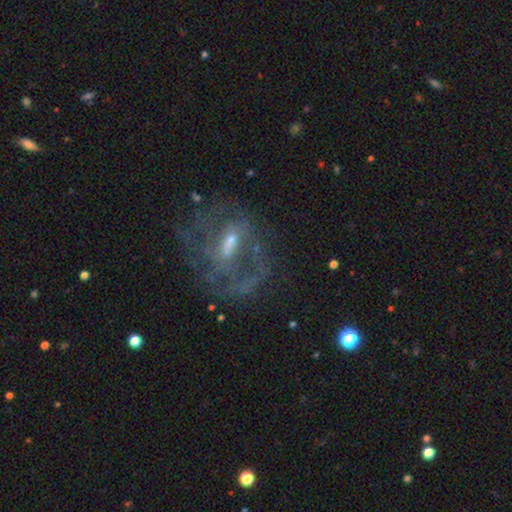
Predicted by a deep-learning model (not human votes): The model was most divided on "bulge size": small: 45%, moderate: 41%, none: 8%, large: 4%, dominant: 1%. Remaining: edge-on disk — no (93%); smooth or featured — featured or disk (75%); spiral arms — yes (75%); merging — none (60%); bar — weak (47%); spiral winding — medium (43%); spiral arm count — 2 (42%).